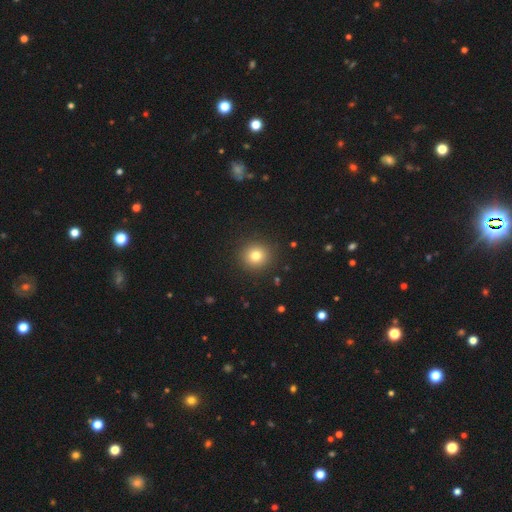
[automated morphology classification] type=smooth (79%); roundness=round (91%); merging=none (91%).